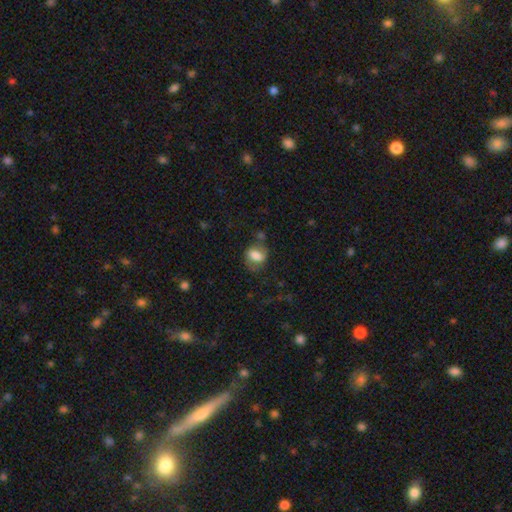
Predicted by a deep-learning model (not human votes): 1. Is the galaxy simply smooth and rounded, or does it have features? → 64% smooth, 27% featured or disk, 8% star or artifact.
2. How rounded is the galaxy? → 62% in between, 36% round, 2% cigar-shaped.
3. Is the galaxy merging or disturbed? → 55% none, 25% minor disturbance, 14% major disturbance, 6% merger.